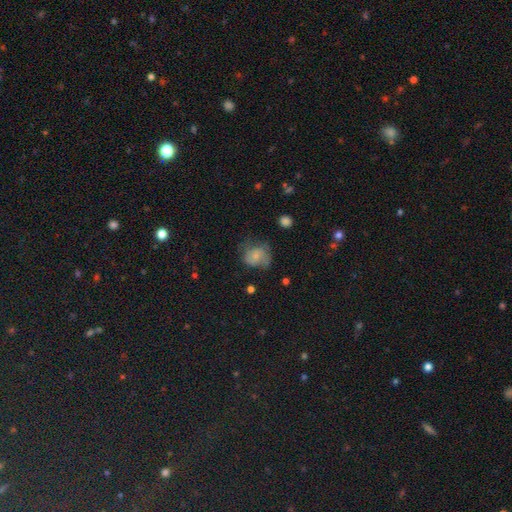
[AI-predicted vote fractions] smooth 52%, featured or disk 39%, star or artifact 9%. Down the decision tree: how rounded — round (60%); merging — none (44%).